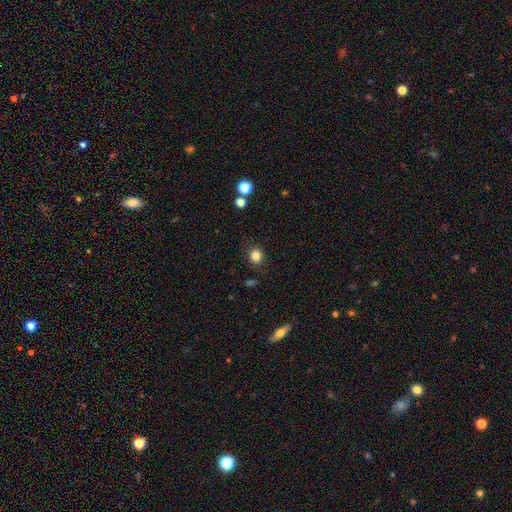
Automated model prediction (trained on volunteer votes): smooth_or_featured: smooth (p=0.83) [alt: star or artifact p=0.12]
how_rounded: round (p=0.83) [alt: in between p=0.17]
merging: none (p=0.86) [alt: minor disturbance p=0.09]